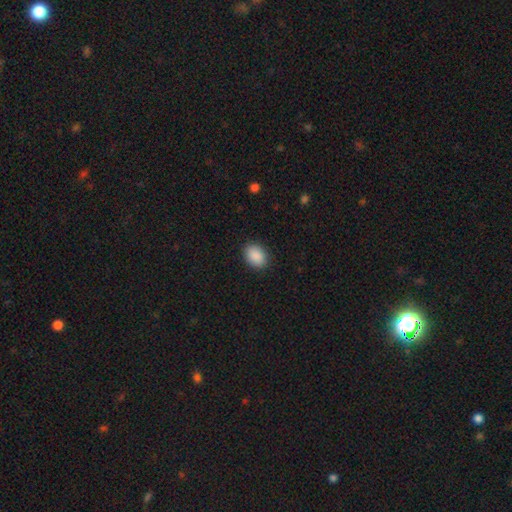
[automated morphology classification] Smooth or featured? smooth (90%)
How rounded? in between (72%)
Merging? none (89%)